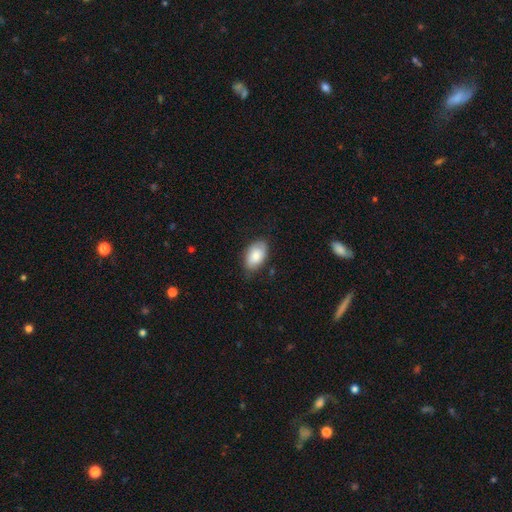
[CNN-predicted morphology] smooth_or_featured: smooth (p=0.76) [alt: featured or disk p=0.18]
how_rounded: in between (p=0.92) [alt: round p=0.06]
merging: none (p=0.74) [alt: minor disturbance p=0.21]